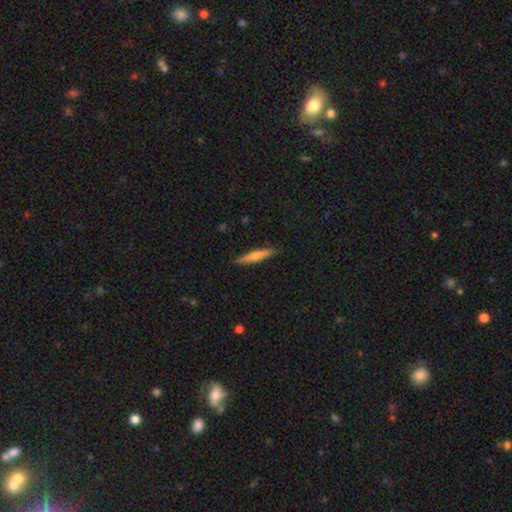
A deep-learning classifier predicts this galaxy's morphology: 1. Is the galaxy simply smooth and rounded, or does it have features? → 61% smooth, 33% featured or disk, 6% star or artifact.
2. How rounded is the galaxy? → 91% cigar-shaped, 7% in between, 1% round.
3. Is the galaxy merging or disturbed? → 89% none, 9% minor disturbance, 2% major disturbance, 1% merger.